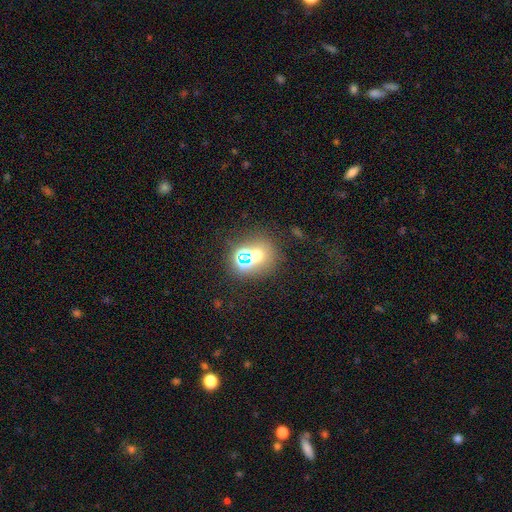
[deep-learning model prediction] Smooth or featured? Predicted: smooth (p=0.52). How rounded? Predicted: round (p=0.80). Merging? Predicted: none (p=0.57).